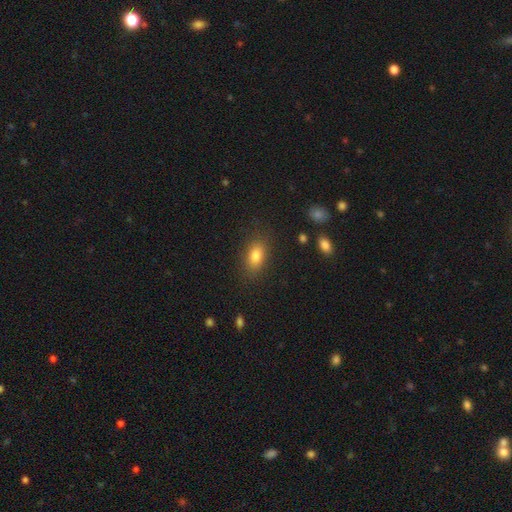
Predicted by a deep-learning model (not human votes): A smooth galaxy with no disk features (83%) that is in between round and cigar-shaped (83%).

Vote fractions:
- Smooth or featured? smooth: 83% / star or artifact: 10% / featured or disk: 8%
- How rounded? in between: 83% / round: 13% / cigar-shaped: 4%
- Merging? none: 83% / minor disturbance: 12% / major disturbance: 4% / merger: 1%